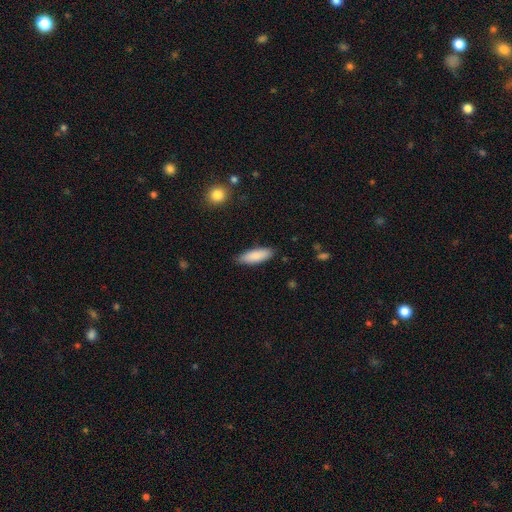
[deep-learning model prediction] smooth 88%, featured or disk 6%, star or artifact 6%. Down the decision tree: how rounded — in between (57%); merging — none (87%).